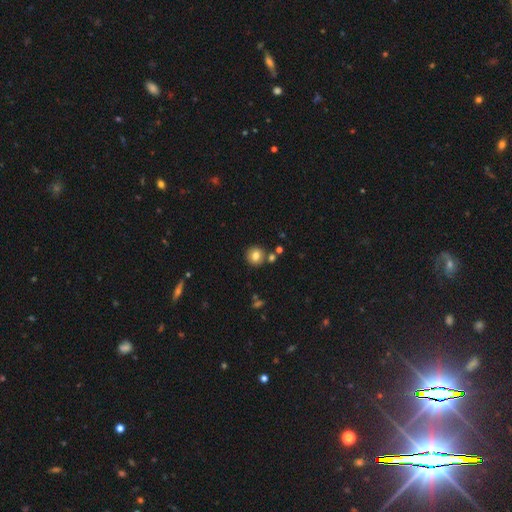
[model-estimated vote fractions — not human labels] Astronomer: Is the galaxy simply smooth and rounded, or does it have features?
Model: smooth — 79%.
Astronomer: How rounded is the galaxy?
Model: round — 91%.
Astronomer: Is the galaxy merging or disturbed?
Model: none — 81%.